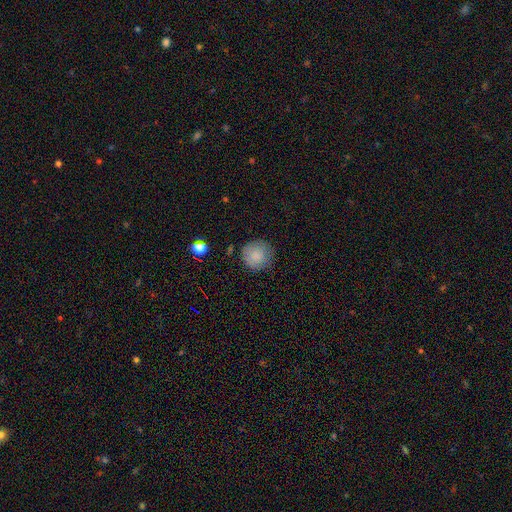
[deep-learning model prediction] Morphology: type=smooth (85%); roundness=round (94%); merging=none (81%).